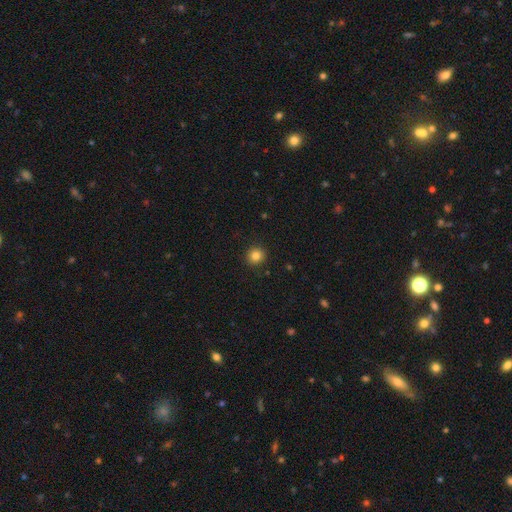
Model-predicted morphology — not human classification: A smooth galaxy with no disk features (84%) that is round (90%).

Vote fractions:
- Smooth or featured? smooth: 84% / star or artifact: 11% / featured or disk: 5%
- How rounded? round: 90% / in between: 9% / cigar-shaped: 1%
- Merging? none: 92% / minor disturbance: 5% / major disturbance: 2% / merger: 1%